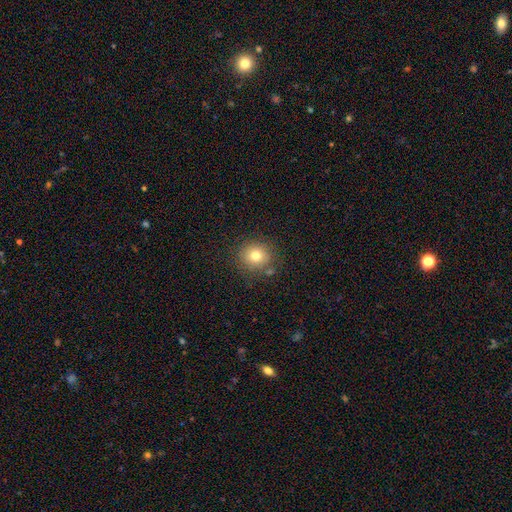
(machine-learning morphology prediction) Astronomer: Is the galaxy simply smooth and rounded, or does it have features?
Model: smooth — 77%.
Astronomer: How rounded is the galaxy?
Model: round — 87%.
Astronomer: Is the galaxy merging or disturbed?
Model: none — 81%.